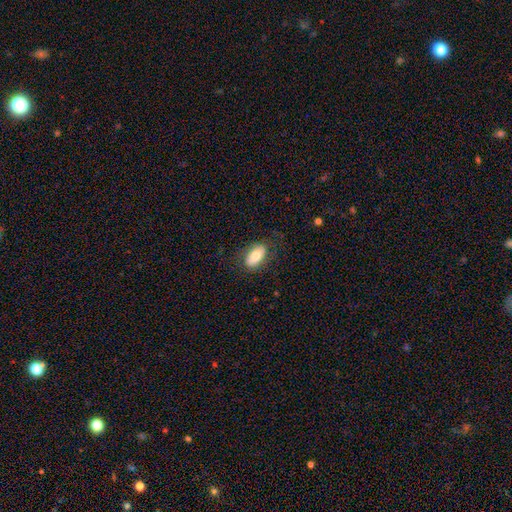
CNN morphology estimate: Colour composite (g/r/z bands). It shows a smooth galaxy with no disk features (73%) that is in between round and cigar-shaped (92%). Merging: none (79%).